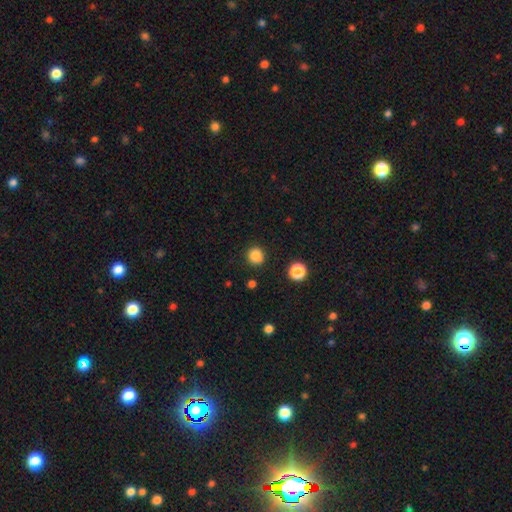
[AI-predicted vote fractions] Smooth or featured: smooth — 85% (star or artifact — 12%)
How rounded: round — 89% (in between — 10%)
Merging: none — 87% (minor disturbance — 8%)